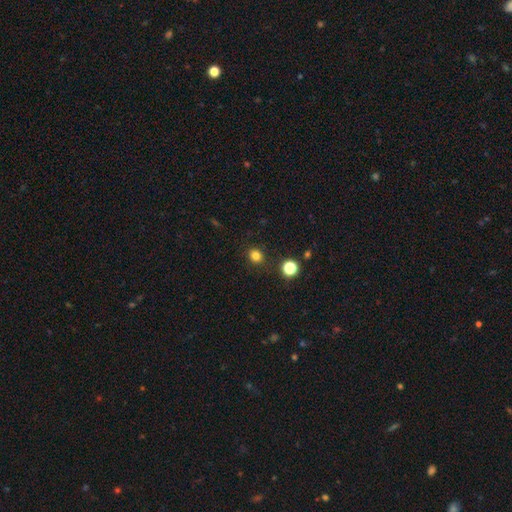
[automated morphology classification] This appears to be a smooth galaxy with no disk features (80%) that is round (75%). Merging: none (88%).